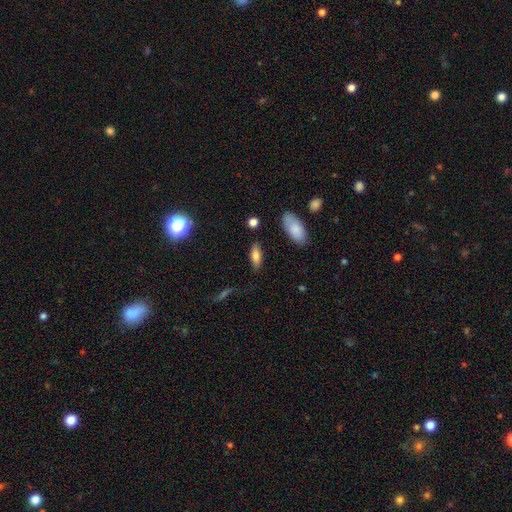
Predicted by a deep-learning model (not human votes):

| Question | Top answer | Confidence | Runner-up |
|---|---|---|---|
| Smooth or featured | smooth | 78% | featured or disk (13%) |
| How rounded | in between | 73% | cigar-shaped (25%) |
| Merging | none | 82% | minor disturbance (12%) |